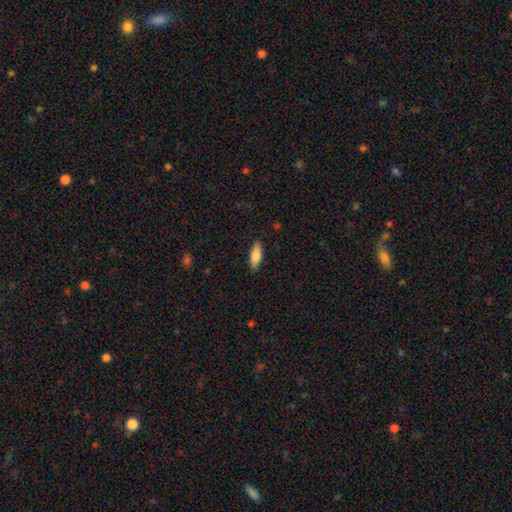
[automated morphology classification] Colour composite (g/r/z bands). It shows a smooth galaxy with no disk features (83%) that is in between round and cigar-shaped (70%). Merging: none (87%).